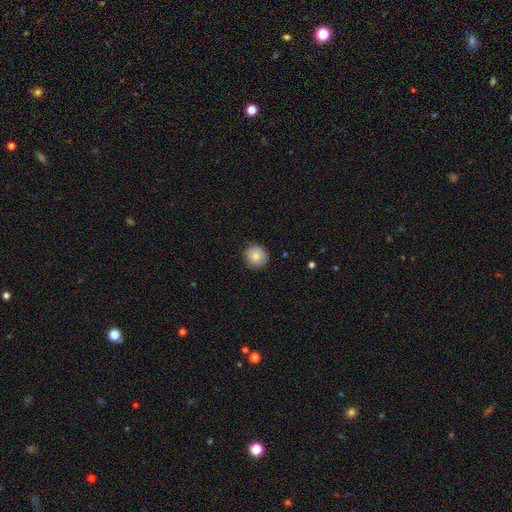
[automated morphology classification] A smooth galaxy with no disk features (82%) that is round (94%).

Vote fractions:
- Smooth or featured? smooth: 82% / featured or disk: 10% / star or artifact: 8%
- How rounded? round: 94% / in between: 5% / cigar-shaped: 1%
- Merging? none: 87% / minor disturbance: 10% / major disturbance: 2% / merger: 1%